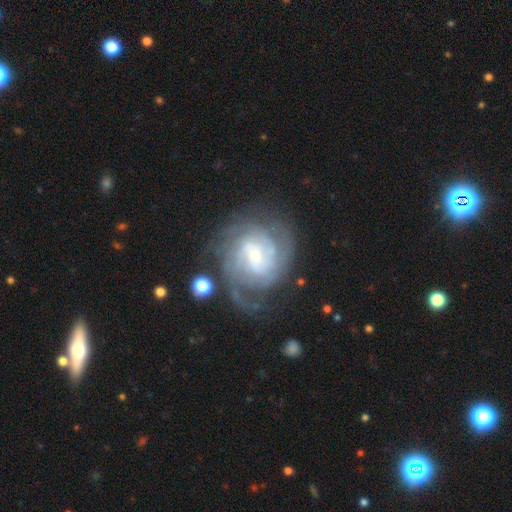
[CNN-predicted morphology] smooth_or_featured: featured or disk (p=0.85) [alt: smooth p=0.09]
disk_edge_on: no (p=0.98) [alt: yes p=0.02]
bar: weak (p=0.47) [alt: no p=0.41]
has_spiral_arms: yes (p=0.96) [alt: no p=0.04]
spiral_winding: tight (p=0.63) [alt: medium p=0.30]
spiral_arm_count: can't tell (p=0.31) [alt: 2 p=0.24]
bulge_size: small (p=0.63) [alt: moderate p=0.26]
merging: none (p=0.66) [alt: minor disturbance p=0.18]